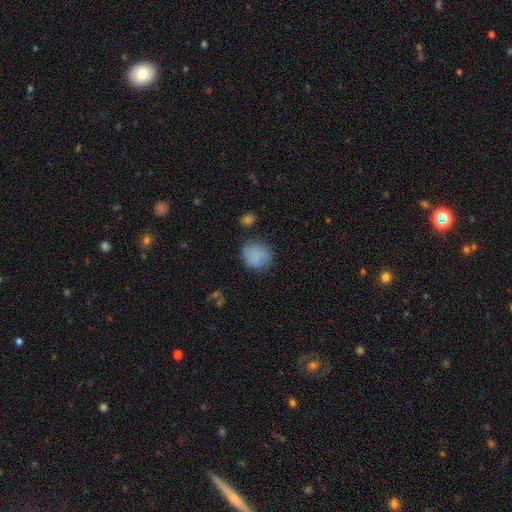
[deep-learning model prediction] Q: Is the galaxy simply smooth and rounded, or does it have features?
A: smooth — 82%.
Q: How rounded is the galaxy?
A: round — 80%.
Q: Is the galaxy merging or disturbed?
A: none — 68%.